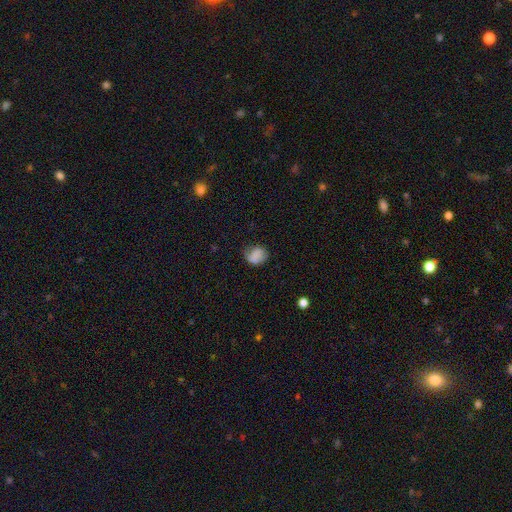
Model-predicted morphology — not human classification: type=smooth (74%); roundness=round (54%); merging=none (57%).